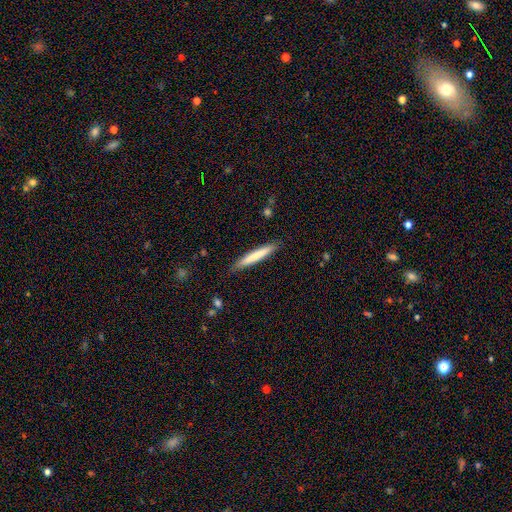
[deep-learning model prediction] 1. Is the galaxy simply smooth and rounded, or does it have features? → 71% smooth, 23% featured or disk, 6% star or artifact.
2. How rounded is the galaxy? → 95% cigar-shaped, 4% in between, 1% round.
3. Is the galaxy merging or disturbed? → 86% none, 11% minor disturbance, 2% major disturbance, 1% merger.